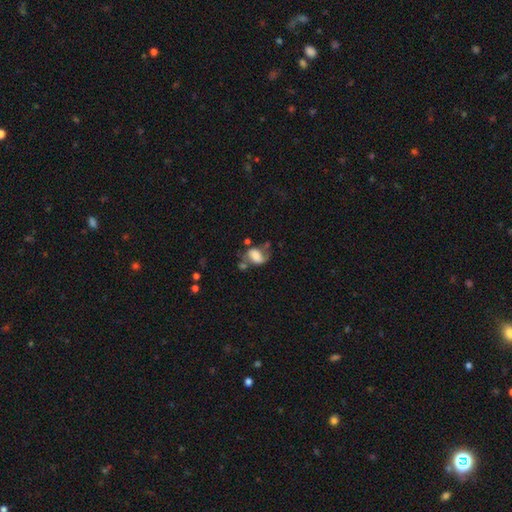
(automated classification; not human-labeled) smooth 53%, featured or disk 37%, star or artifact 10%. Down the decision tree: how rounded — in between (74%); merging — none (35%).